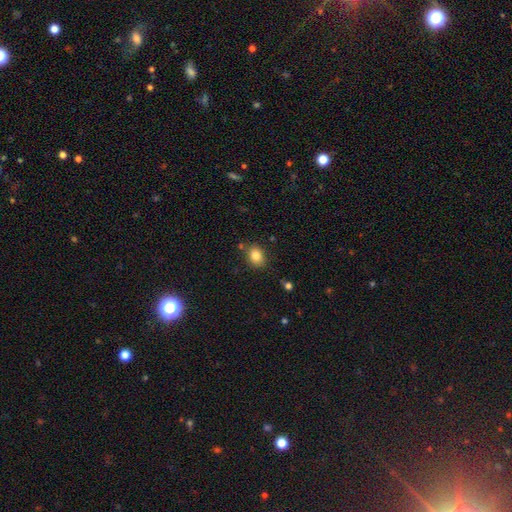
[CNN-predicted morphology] Smooth or featured?
  - smooth: 83% *
  - star or artifact: 10%
  - featured or disk: 7%
How rounded?
  - in between: 56% *
  - round: 43%
  - cigar-shaped: 1%
Merging?
  - none: 81% *
  - minor disturbance: 12%
  - merger: 4%
  - major disturbance: 3%